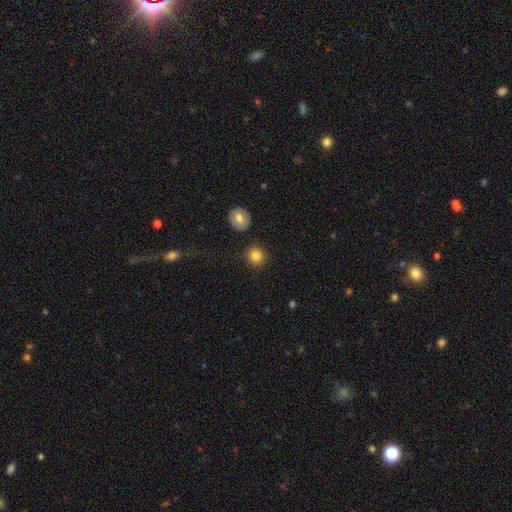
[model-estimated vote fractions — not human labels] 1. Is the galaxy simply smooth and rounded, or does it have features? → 84% smooth, 10% star or artifact, 6% featured or disk.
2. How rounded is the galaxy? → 91% round, 8% in between, 1% cigar-shaped.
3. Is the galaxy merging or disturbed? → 88% none, 6% minor disturbance, 3% merger, 2% major disturbance.